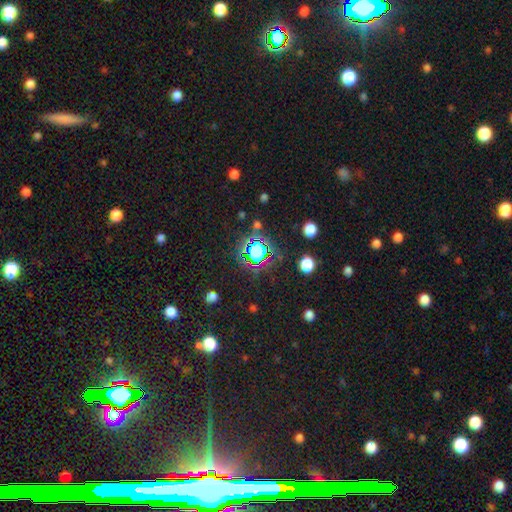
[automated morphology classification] Smooth or featured? star or artifact (68%)